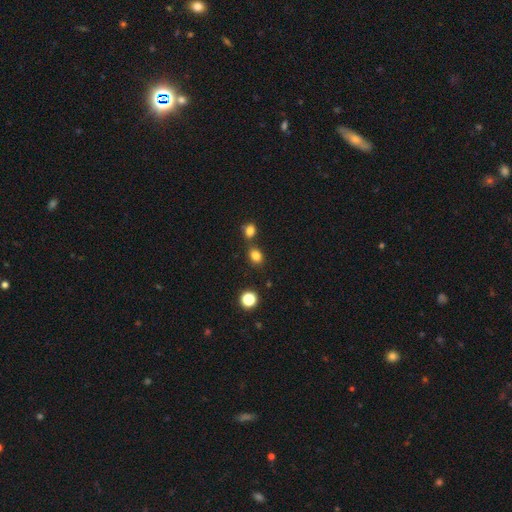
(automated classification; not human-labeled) smooth 81%, star or artifact 14%, featured or disk 5%. Down the decision tree: how rounded — in between (57%); merging — none (67%).